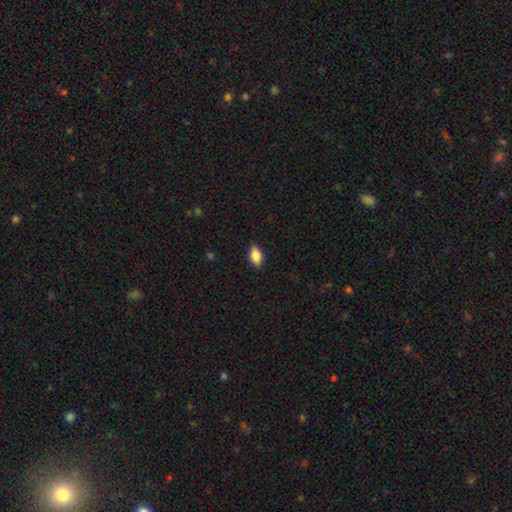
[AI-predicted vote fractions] Smooth or featured? smooth (82%)
How rounded? in between (89%)
Merging? none (85%)